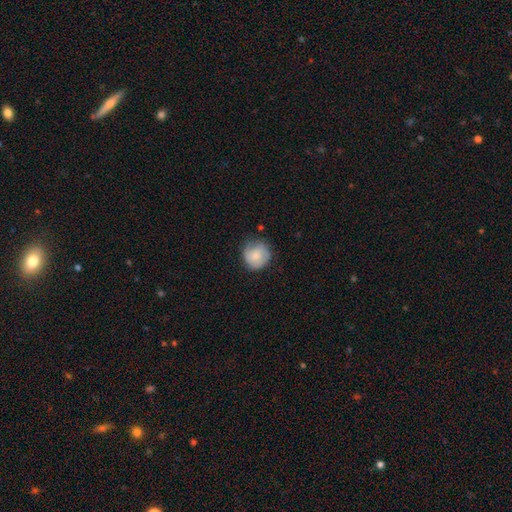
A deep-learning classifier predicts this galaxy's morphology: Smooth or featured? smooth (64%)
How rounded? round (90%)
Merging? none (72%)